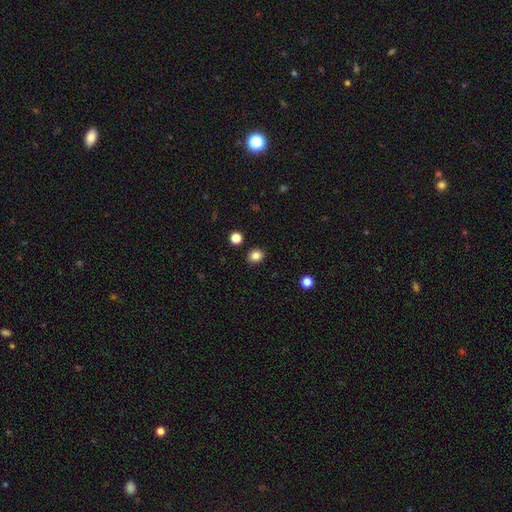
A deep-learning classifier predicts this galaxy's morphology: This is clearly a smooth galaxy (84%). How rounded: likely round (66%). Merging: clearly none (89%).